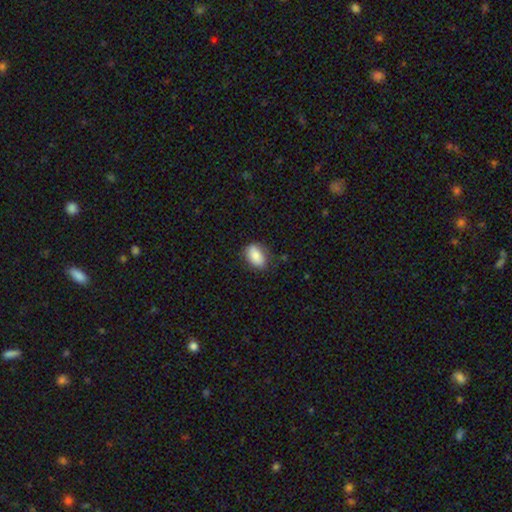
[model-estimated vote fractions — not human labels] The model was most divided on "merging": none: 76%, minor disturbance: 19%, major disturbance: 4%, merger: 1%. More confident: how rounded — in between (88%); smooth or featured — smooth (83%).